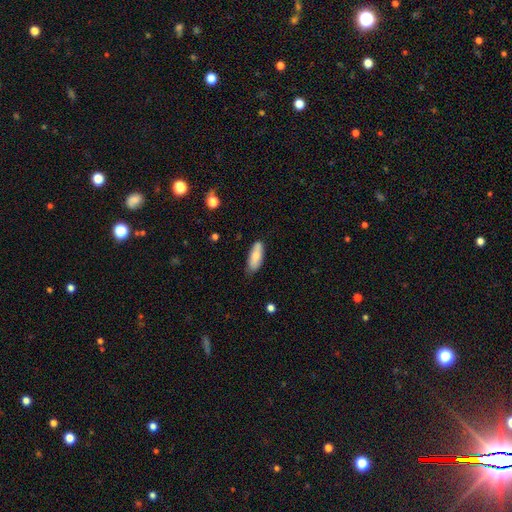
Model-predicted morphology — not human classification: Smooth or featured?
  - smooth: 79% *
  - featured or disk: 15%
  - star or artifact: 6%
How rounded?
  - in between: 68% *
  - cigar-shaped: 30%
  - round: 2%
Merging?
  - none: 75% *
  - minor disturbance: 20%
  - major disturbance: 3%
  - merger: 2%